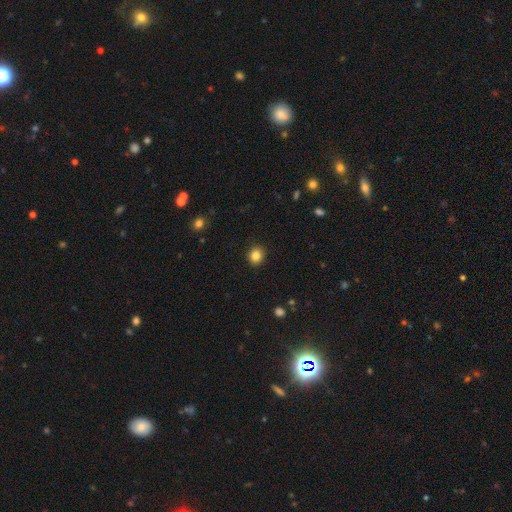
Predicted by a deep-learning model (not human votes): Smooth or featured? Predicted: smooth (p=0.85). How rounded? Predicted: round (p=0.79). Merging? Predicted: none (p=0.91).